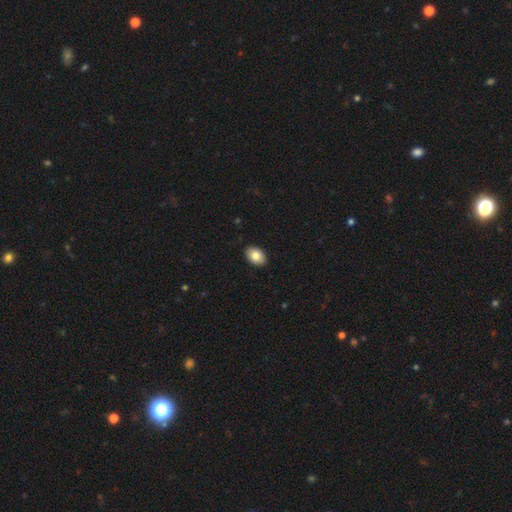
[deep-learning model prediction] A smooth galaxy with no disk features (83%) that is in between round and cigar-shaped (86%).

Vote fractions:
- Smooth or featured? smooth: 83% / featured or disk: 10% / star or artifact: 7%
- How rounded? in between: 86% / round: 13% / cigar-shaped: 1%
- Merging? none: 90% / minor disturbance: 7% / major disturbance: 2% / merger: 1%